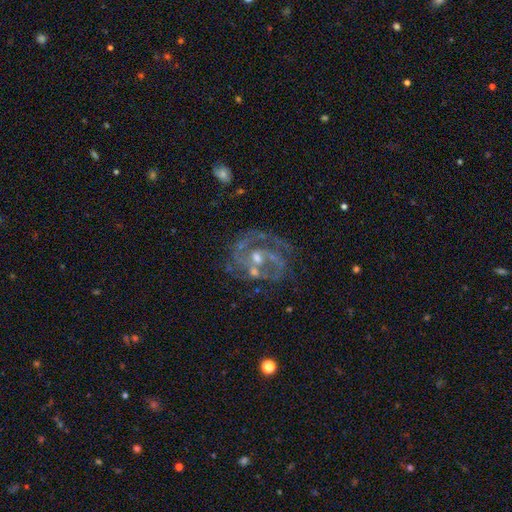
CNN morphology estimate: The model was most divided on "spiral winding": medium: 46%, tight: 42%, loose: 12%. Remaining: edge-on disk — no (98%); spiral arms — yes (93%); smooth or featured — featured or disk (83%); merging — none (67%); bulge size — small (57%); bar — no (47%); spiral arm count — 2 (47%).